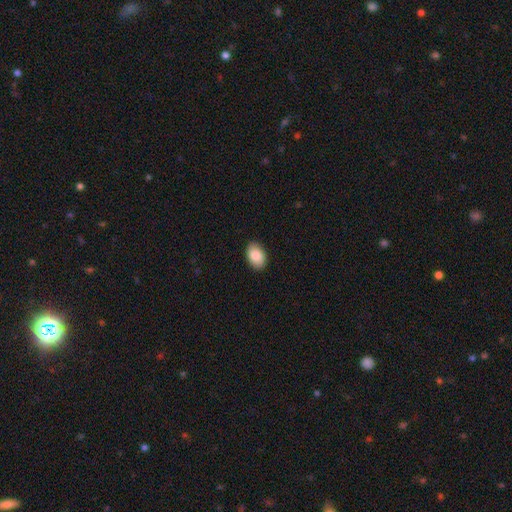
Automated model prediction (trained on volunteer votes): Overall: smooth (87%). How rounded: in between (89%). Merging: none (88%).